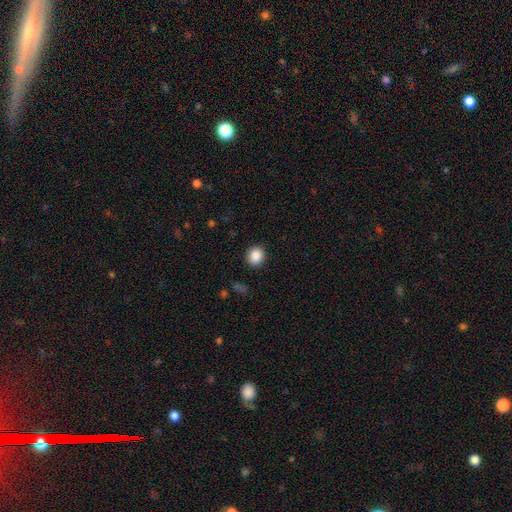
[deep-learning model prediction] Q: Smooth or featured?
A: smooth (88%); runner-up: star or artifact (9%)
Q: How rounded?
A: round (82%); runner-up: in between (17%)
Q: Merging?
A: none (90%); runner-up: minor disturbance (6%)